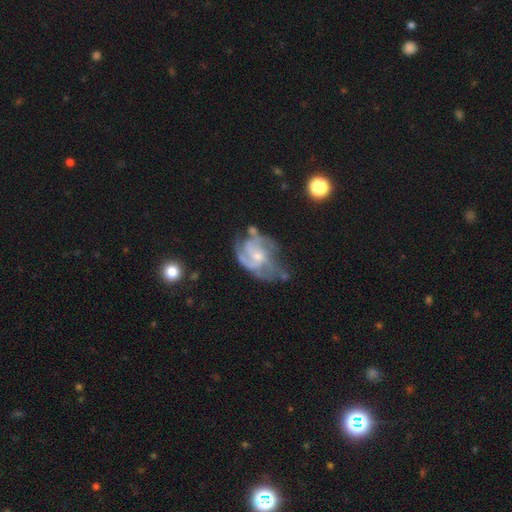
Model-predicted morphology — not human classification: Overall: featured or disk (84%). Edge-on disk: no (98%). Bar: no (65%; weak 30%). Spiral arms: yes (92%). Spiral arm count: 3 (36%; 2 23%). Spiral winding: medium (46%; tight 36%). Bulge size: small (57%; moderate 34%). Merging: none (42%; major disturbance 26%).